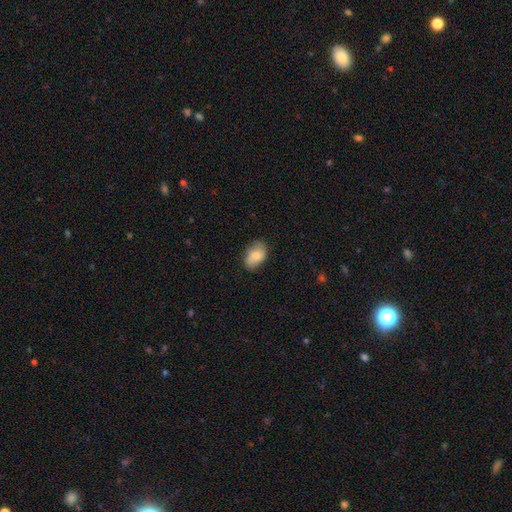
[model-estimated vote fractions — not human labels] The model was most divided on "merging": none: 76%, minor disturbance: 19%, major disturbance: 4%, merger: 1%. More confident: how rounded — in between (87%); smooth or featured — smooth (79%).